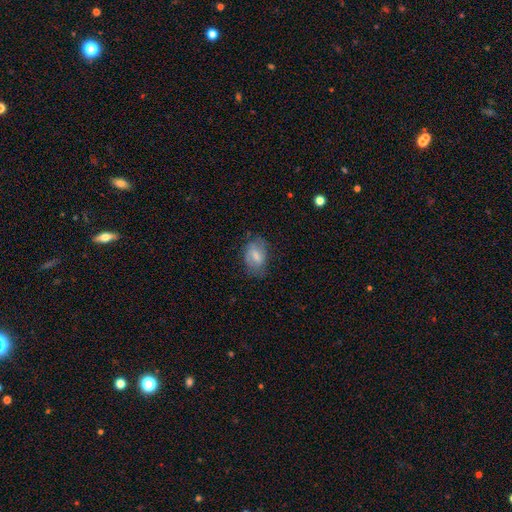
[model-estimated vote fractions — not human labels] This appears to be a smooth galaxy with no disk features (61%) that is in between round and cigar-shaped (86%). Merging: none (62%).